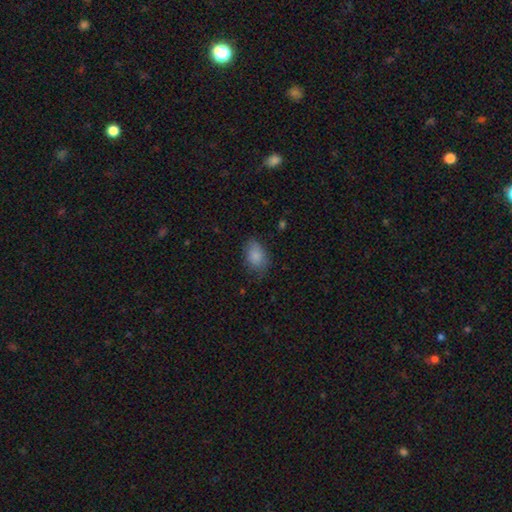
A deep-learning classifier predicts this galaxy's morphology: Smooth or featured?
  - smooth: 86% *
  - star or artifact: 8%
  - featured or disk: 6%
How rounded?
  - in between: 86% *
  - round: 13%
  - cigar-shaped: 1%
Merging?
  - none: 72% *
  - minor disturbance: 22%
  - major disturbance: 5%
  - merger: 1%